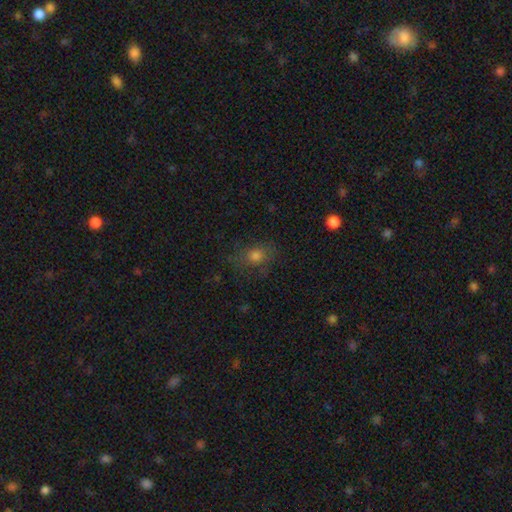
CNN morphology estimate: The model was most divided on "how rounded": round: 52%, in between: 46%, cigar-shaped: 2%. More confident: merging — none (73%); smooth or featured — smooth (71%).